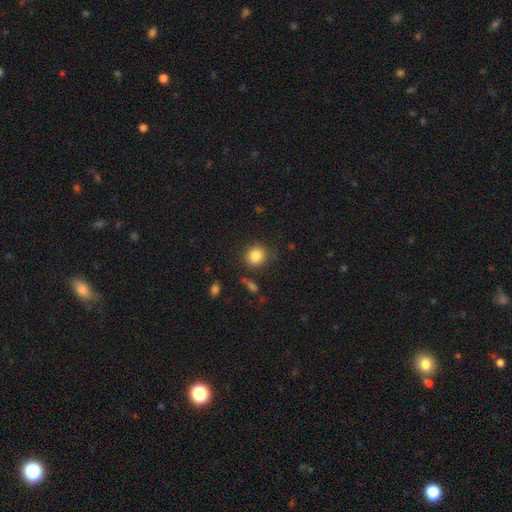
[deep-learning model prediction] A smooth galaxy with no disk features (84%) that is round (86%). Merging: none (85%).